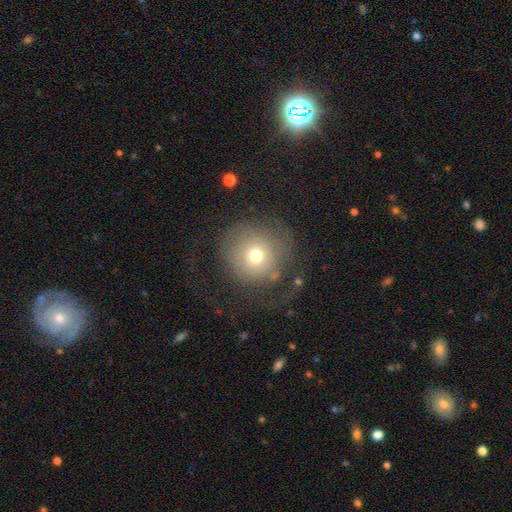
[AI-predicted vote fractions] smooth_or_featured: smooth (p=0.63) [alt: featured or disk p=0.25]
how_rounded: round (p=0.91) [alt: in between p=0.08]
merging: none (p=0.50) [alt: major disturbance p=0.30]